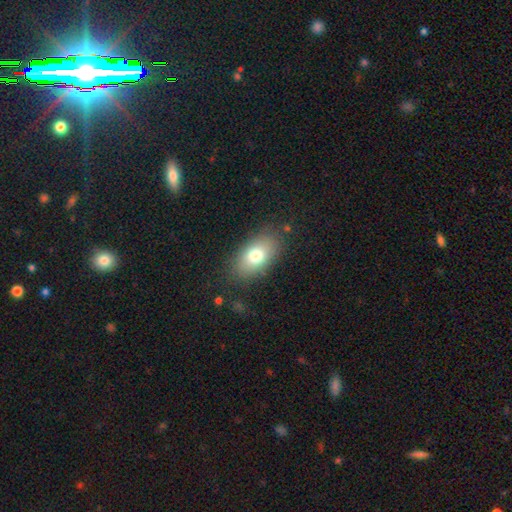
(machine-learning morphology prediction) Overall: smooth (75%). How rounded: in between (89%). Merging: none (82%).